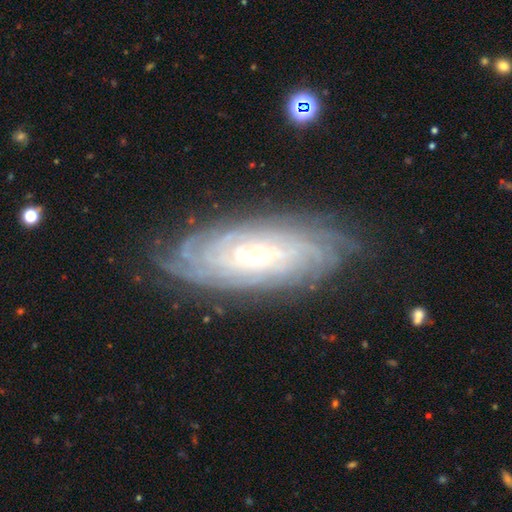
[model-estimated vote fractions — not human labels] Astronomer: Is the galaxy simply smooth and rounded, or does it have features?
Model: featured or disk — 88%.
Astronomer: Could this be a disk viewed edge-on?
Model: no — 90%.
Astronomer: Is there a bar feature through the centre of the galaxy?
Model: no — 42% (runner-up: weak, 39%).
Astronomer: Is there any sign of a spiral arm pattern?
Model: yes — 97%.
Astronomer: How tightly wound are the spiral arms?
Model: tight — 85%.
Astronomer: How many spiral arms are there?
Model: can't tell — 33% (runner-up: more than 4, 30%).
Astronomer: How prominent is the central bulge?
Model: moderate — 49% (runner-up: small, 46%).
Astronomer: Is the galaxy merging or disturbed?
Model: none — 82%.